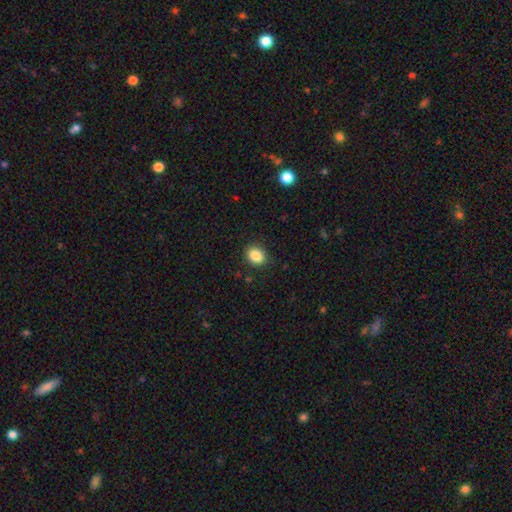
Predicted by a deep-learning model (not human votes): A smooth galaxy with no disk features (86%) that is in between round and cigar-shaped (52%).

Vote fractions:
- Smooth or featured? smooth: 86% / star or artifact: 9% / featured or disk: 5%
- How rounded? in between: 52% / round: 47% / cigar-shaped: 1%
- Merging? none: 88% / minor disturbance: 9% / major disturbance: 2% / merger: 1%